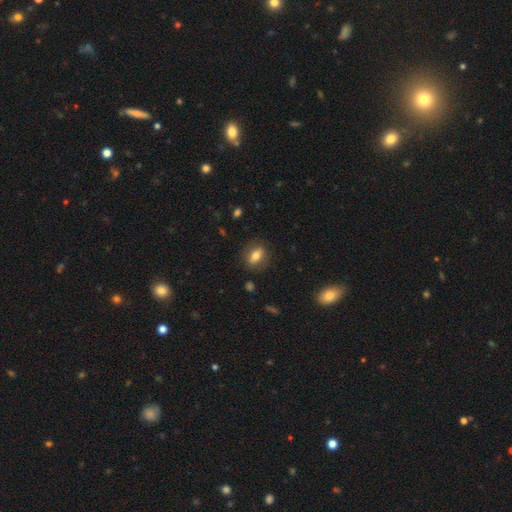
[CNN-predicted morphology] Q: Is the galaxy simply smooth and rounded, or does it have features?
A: smooth — 73%.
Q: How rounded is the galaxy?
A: in between — 71%.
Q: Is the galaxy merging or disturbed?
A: none — 82%.